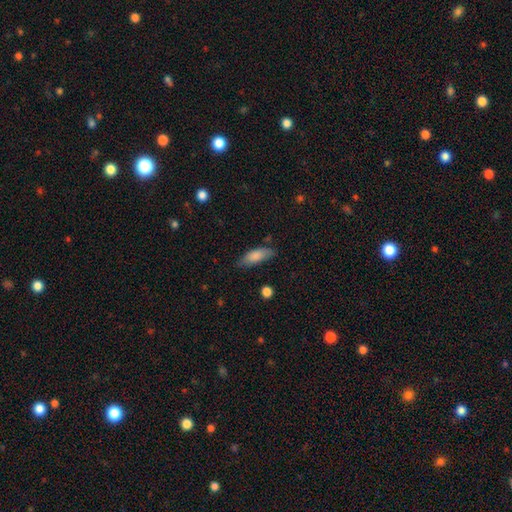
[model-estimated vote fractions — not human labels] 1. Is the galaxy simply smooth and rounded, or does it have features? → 83% smooth, 11% featured or disk, 6% star or artifact.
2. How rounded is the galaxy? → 71% in between, 27% cigar-shaped, 2% round.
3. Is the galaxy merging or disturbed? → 70% none, 23% minor disturbance, 5% major disturbance, 2% merger.